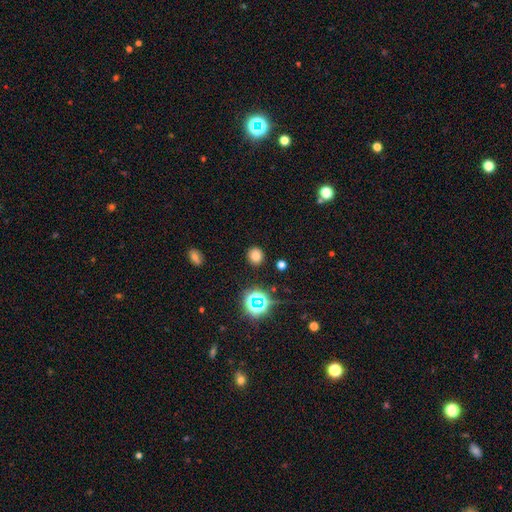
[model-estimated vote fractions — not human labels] This appears to be a smooth galaxy with no disk features (74%) that is round (81%). Merging: none (88%).